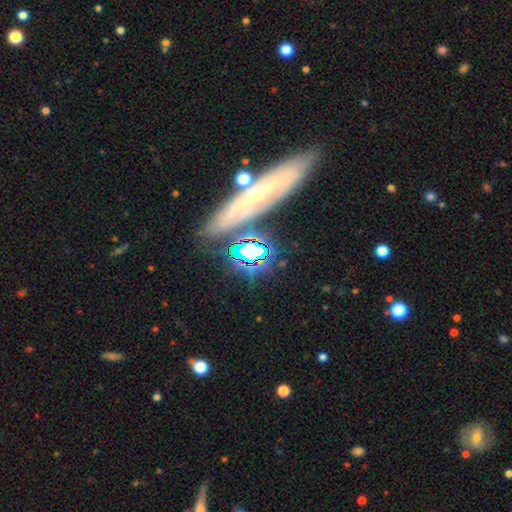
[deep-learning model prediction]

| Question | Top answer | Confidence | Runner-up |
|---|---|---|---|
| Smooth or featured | featured or disk | 45% | smooth (28%) |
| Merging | none | 81% | minor disturbance (11%) |